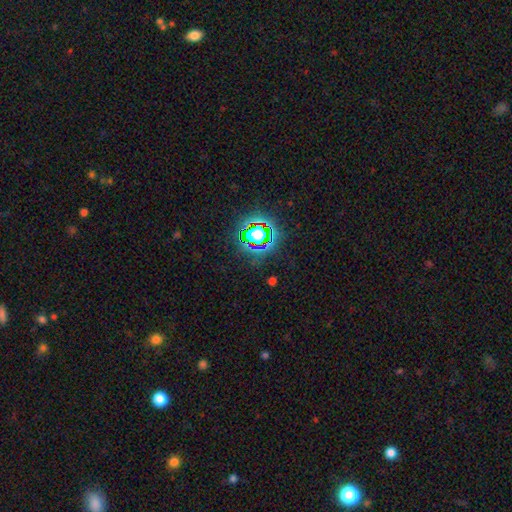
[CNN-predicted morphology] Overall: star or artifact (77%).